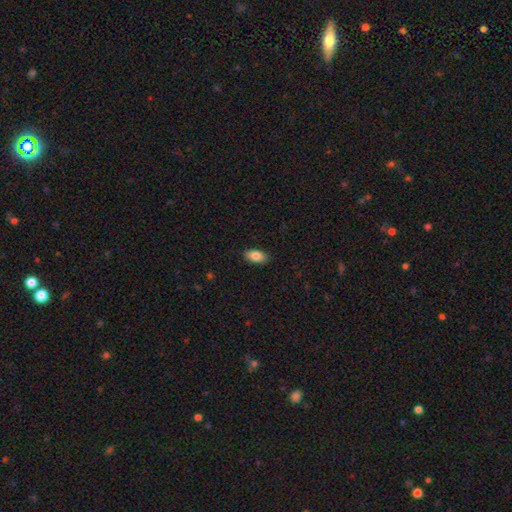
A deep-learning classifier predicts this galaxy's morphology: A smooth galaxy with no disk features (85%) that is in between round and cigar-shaped (92%). Merging: none (89%).